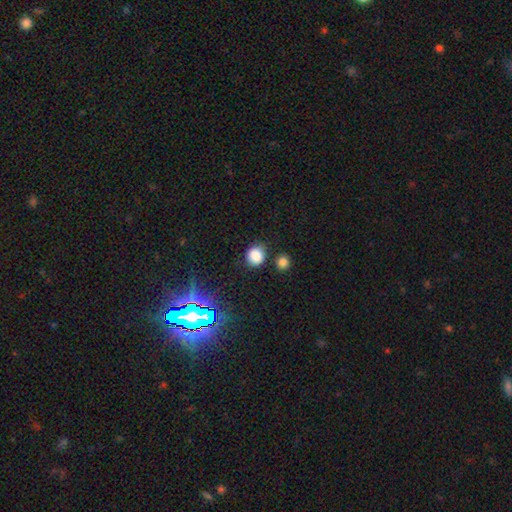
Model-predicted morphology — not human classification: This appears to be a smooth galaxy with no disk features (82%) that is round (80%). Merging: none (78%).